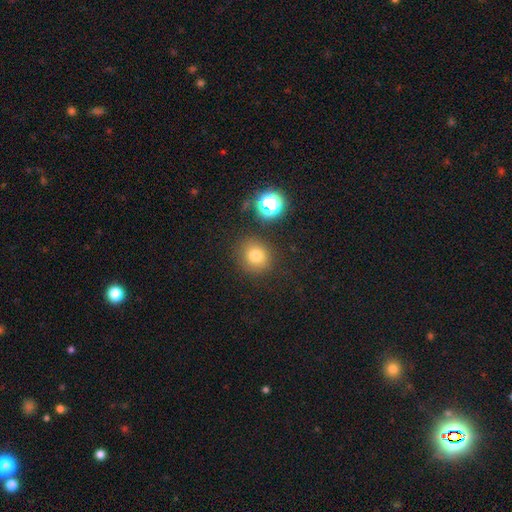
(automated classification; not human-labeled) Smooth or featured: smooth — 76% (star or artifact — 17%)
How rounded: round — 84% (in between — 15%)
Merging: none — 84% (minor disturbance — 9%)